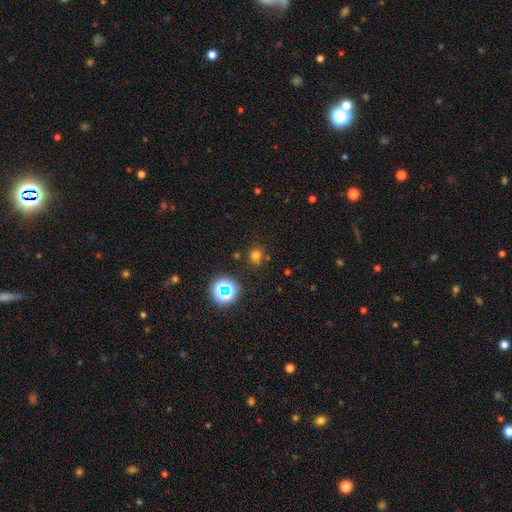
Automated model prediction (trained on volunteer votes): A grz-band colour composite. It shows a smooth galaxy with no disk features (68%) that is round (80%). Merging: none (82%).